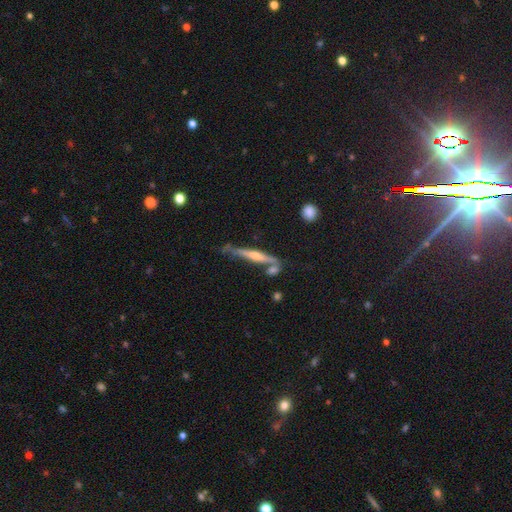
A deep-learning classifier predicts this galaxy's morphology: The model was most divided on "merging": none: 62%, minor disturbance: 19%, merger: 13%, major disturbance: 5%. More confident: edge-on disk — yes (95%); edge-on bulge — rounded (80%); smooth or featured — featured or disk (72%).